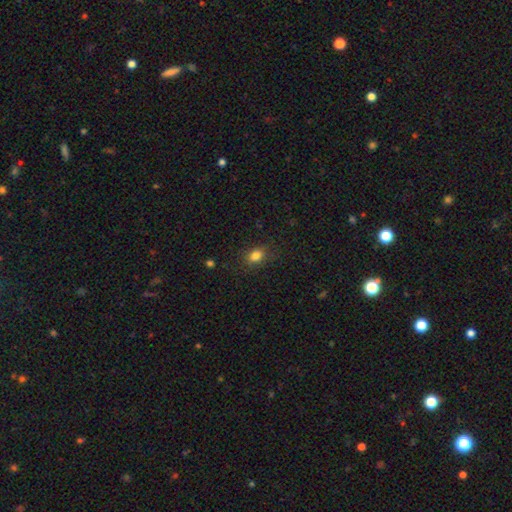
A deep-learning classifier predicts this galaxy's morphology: Overall: smooth (83%). How rounded: in between (73%). Merging: none (83%).